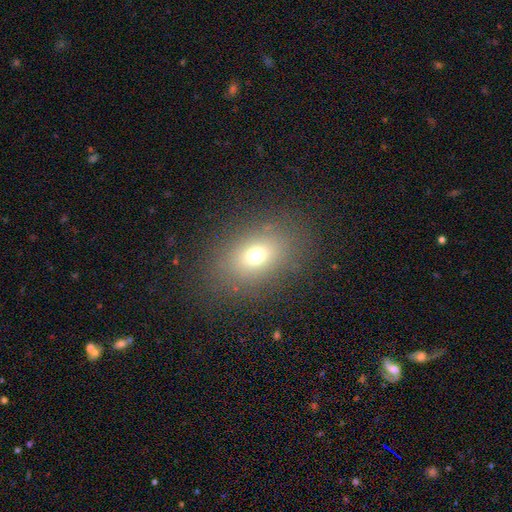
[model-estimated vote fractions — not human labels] This appears to be a smooth galaxy with no disk features (69%) that is in between round and cigar-shaped (68%). Merging: none (82%).